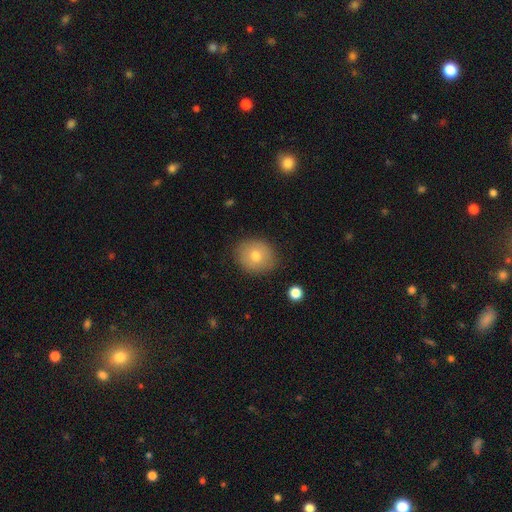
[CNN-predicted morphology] type=smooth (74%); roundness=round (74%); merging=none (85%).